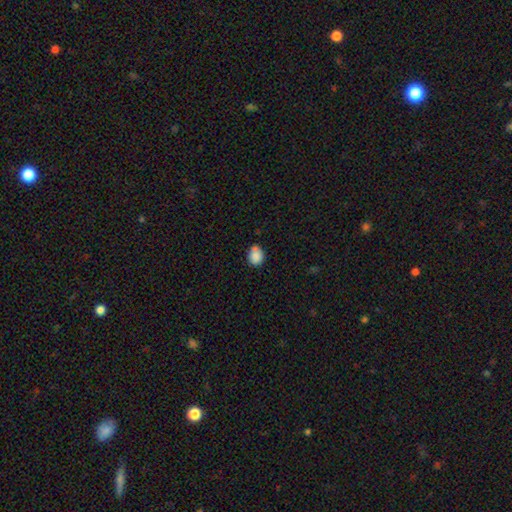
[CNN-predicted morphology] smooth-or-featured: smooth: 86% | star or artifact: 9% | featured or disk: 5%
  how-rounded: round: 53% | in between: 46% | cigar-shaped: 1%
  merging: none: 62% | minor disturbance: 28% | merger: 5% | major disturbance: 5%